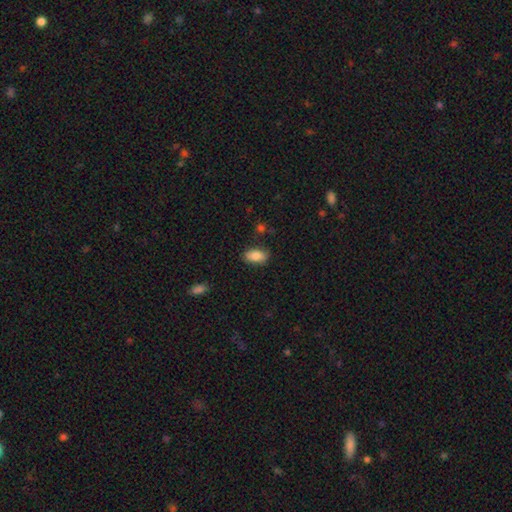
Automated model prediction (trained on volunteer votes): Smooth or featured? smooth (85%)
How rounded? in between (91%)
Merging? none (83%)